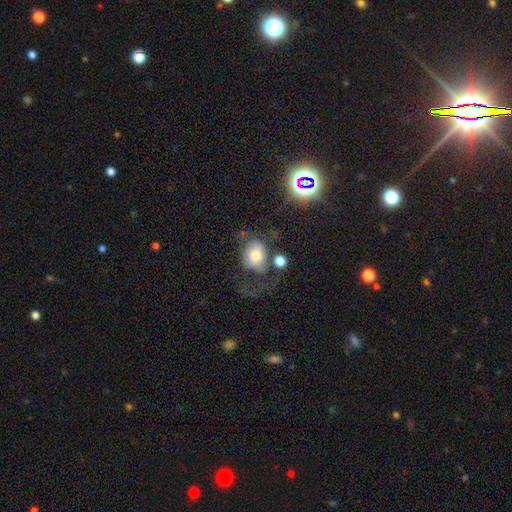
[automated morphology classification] Smooth or featured? Predicted: smooth (p=0.67). How rounded? Predicted: in between (p=0.50). Merging? Predicted: none (p=0.34).